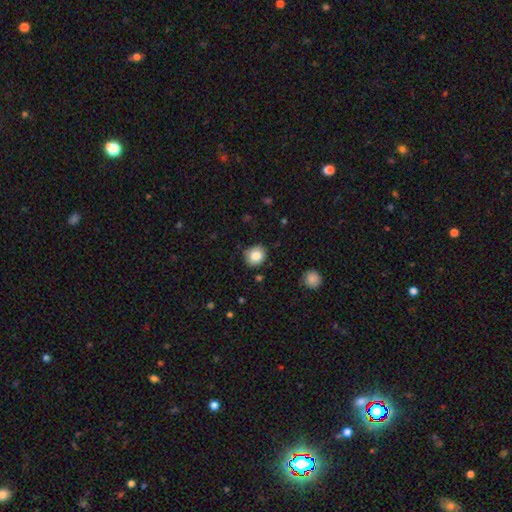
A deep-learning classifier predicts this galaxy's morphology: This is clearly a smooth galaxy (82%). How rounded: likely round (76%). Merging: clearly none (83%).